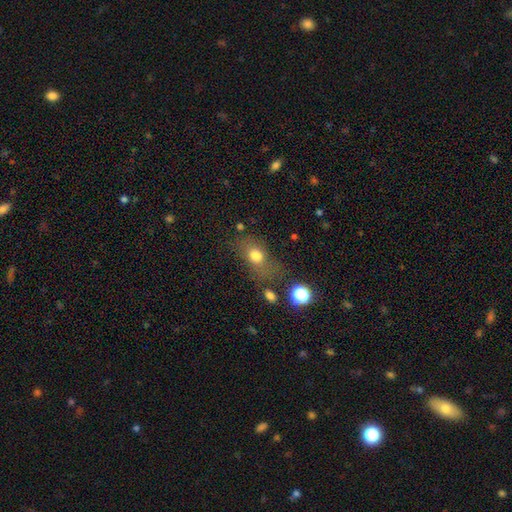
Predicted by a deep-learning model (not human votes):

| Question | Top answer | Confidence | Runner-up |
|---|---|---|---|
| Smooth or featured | smooth | 74% | featured or disk (14%) |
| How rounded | in between | 66% | round (30%) |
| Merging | none | 53% | minor disturbance (22%) |